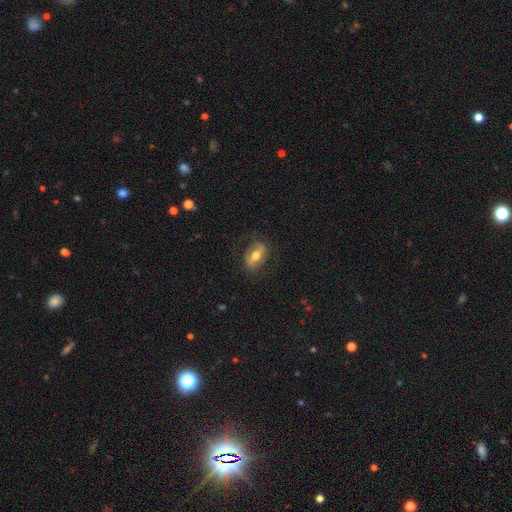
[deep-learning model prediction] A smooth galaxy with no disk features (48%).

Vote fractions:
- Smooth or featured? smooth: 48% / featured or disk: 45% / star or artifact: 8%
- Merging? none: 71% / minor disturbance: 17% / major disturbance: 11% / merger: 1%